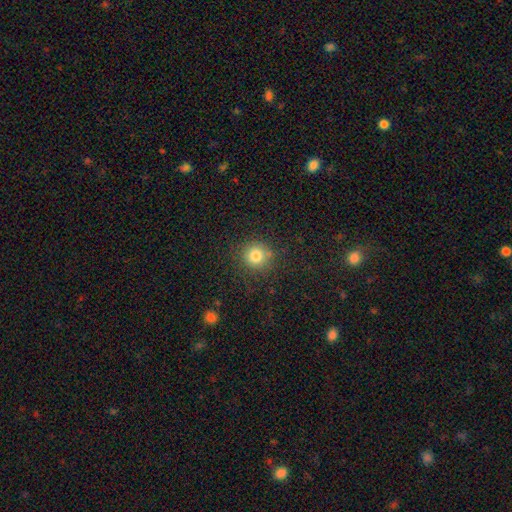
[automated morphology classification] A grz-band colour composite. It shows a smooth galaxy with no disk features (80%) that is round (93%). Merging: none (84%).